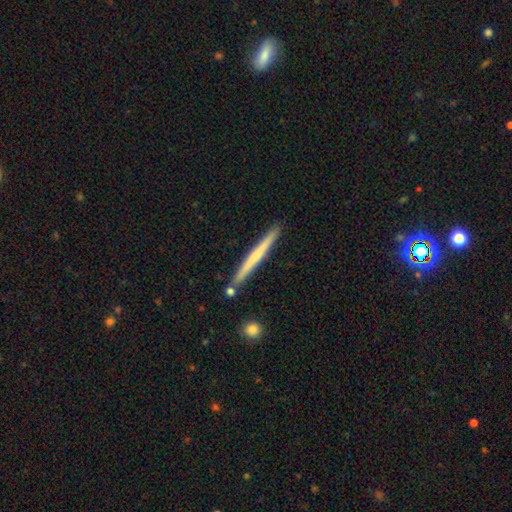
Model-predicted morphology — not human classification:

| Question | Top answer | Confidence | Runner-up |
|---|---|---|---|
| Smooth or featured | smooth | 48% | featured or disk (47%) |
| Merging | none | 88% | minor disturbance (8%) |